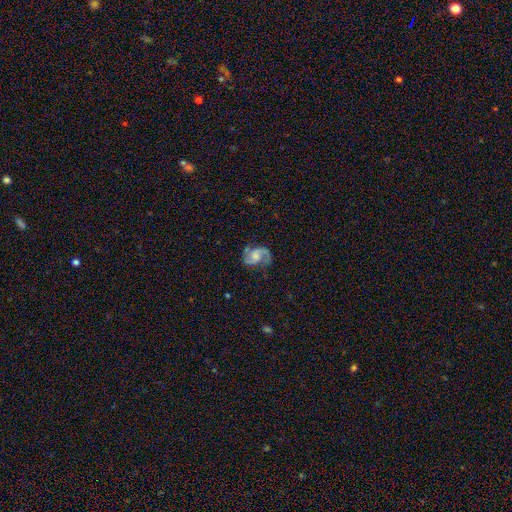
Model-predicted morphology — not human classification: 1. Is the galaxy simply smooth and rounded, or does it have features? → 89% featured or disk, 6% smooth, 5% star or artifact.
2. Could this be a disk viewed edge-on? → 98% no, 2% yes.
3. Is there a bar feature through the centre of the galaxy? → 55% no, 37% weak, 8% strong.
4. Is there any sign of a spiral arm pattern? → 98% yes, 2% no.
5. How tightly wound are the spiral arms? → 56% medium, 28% loose, 16% tight.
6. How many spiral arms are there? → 92% 2, 2% can't tell, 2% 3, 2% 1, 1% 4, 1% more than 4.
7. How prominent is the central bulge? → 42% moderate, 32% small, 17% none, 8% large, 1% dominant.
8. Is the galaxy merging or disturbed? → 76% none, 16% minor disturbance, 7% major disturbance, 2% merger.